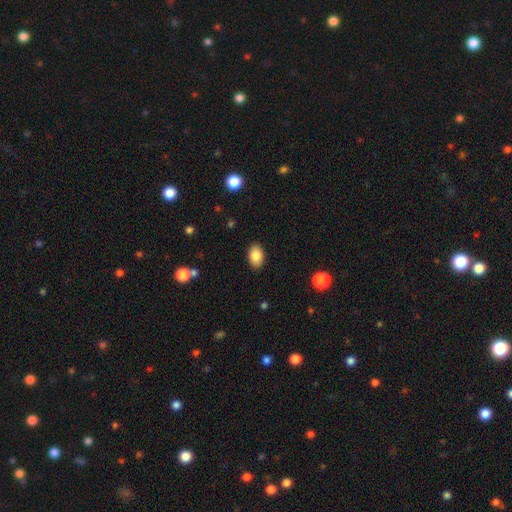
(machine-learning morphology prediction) Smooth or featured?
  - smooth: 86% *
  - star or artifact: 8%
  - featured or disk: 7%
How rounded?
  - in between: 89% *
  - round: 10%
  - cigar-shaped: 1%
Merging?
  - none: 88% *
  - minor disturbance: 8%
  - major disturbance: 2%
  - merger: 1%